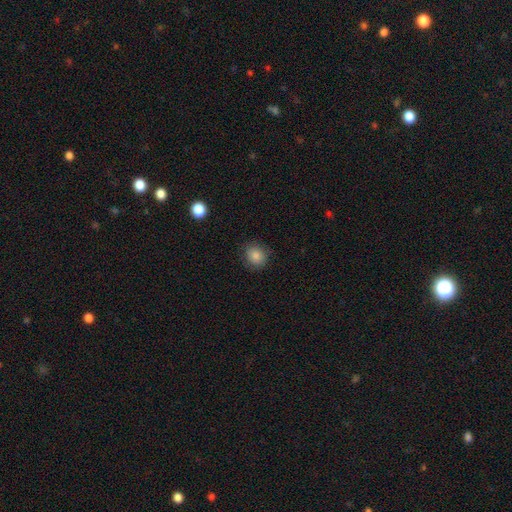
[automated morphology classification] This is clearly a smooth galaxy (86%). How rounded: likely round (77%). Merging: clearly none (83%).